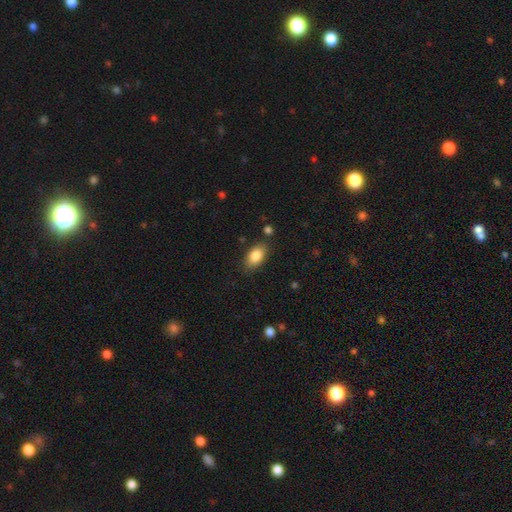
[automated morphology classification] Q: Smooth or featured?
A: smooth (85%); runner-up: featured or disk (8%)
Q: How rounded?
A: in between (91%); runner-up: round (6%)
Q: Merging?
A: none (82%); runner-up: minor disturbance (12%)